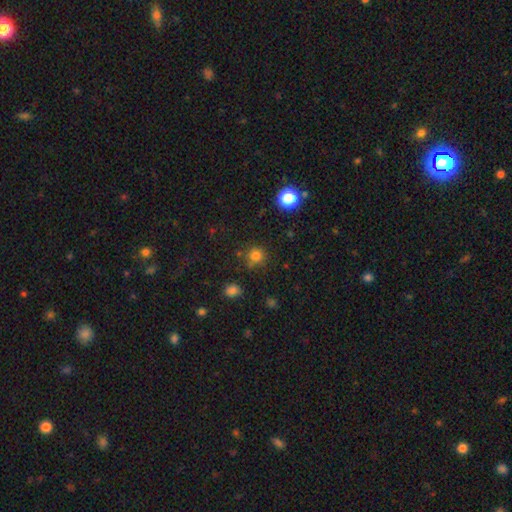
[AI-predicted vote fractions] Smooth or featured? smooth (78%)
How rounded? round (93%)
Merging? none (80%)